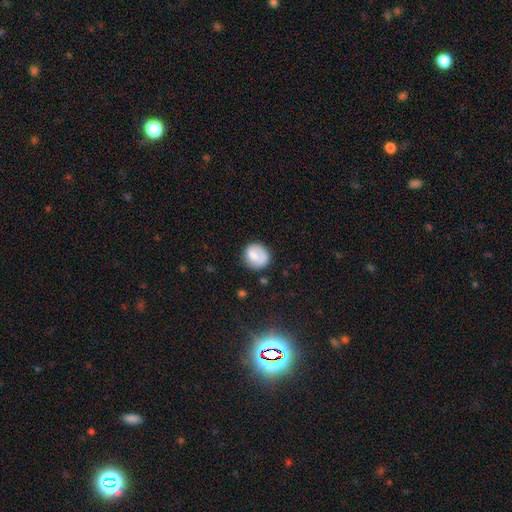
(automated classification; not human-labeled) Smooth or featured? Predicted: smooth (p=0.74). How rounded? Predicted: round (p=0.77). Merging? Predicted: none (p=0.67).